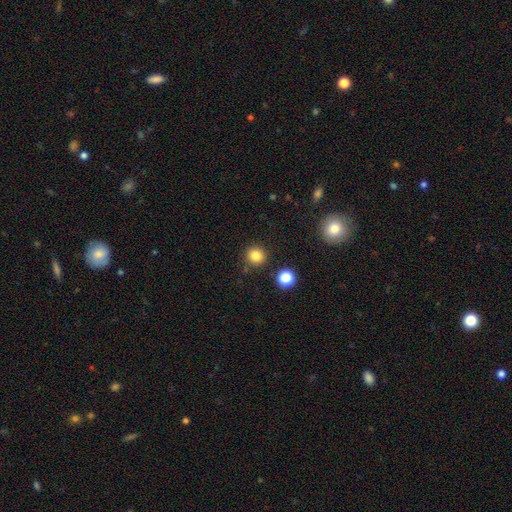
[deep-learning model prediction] Overall: smooth (83%). How rounded: round (93%). Merging: none (88%).